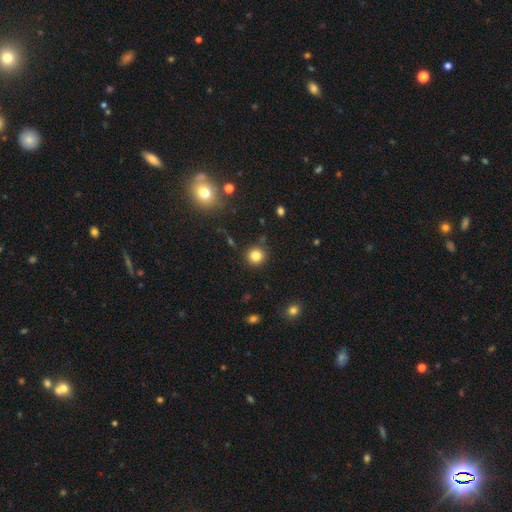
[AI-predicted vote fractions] This is clearly a smooth galaxy (82%). How rounded: clearly round (92%). Merging: clearly none (88%).